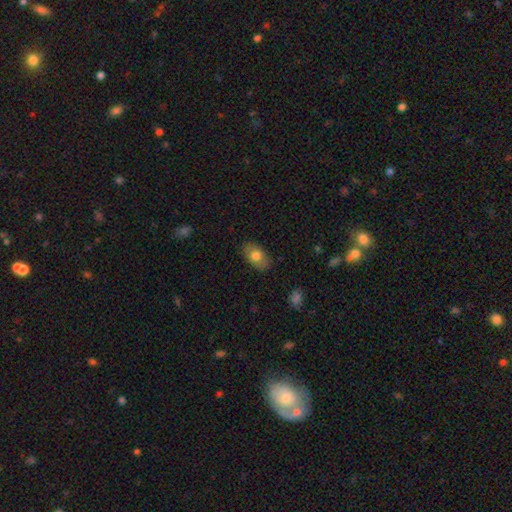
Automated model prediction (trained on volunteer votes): Overall: smooth (74%). How rounded: in between (88%). Merging: none (83%).